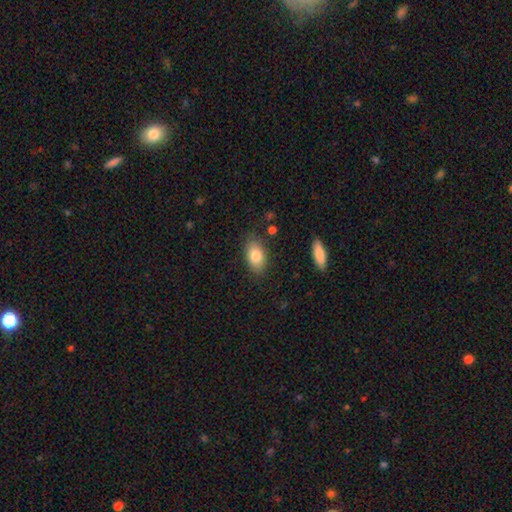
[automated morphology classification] type=smooth (80%); roundness=in between (89%); merging=none (82%).